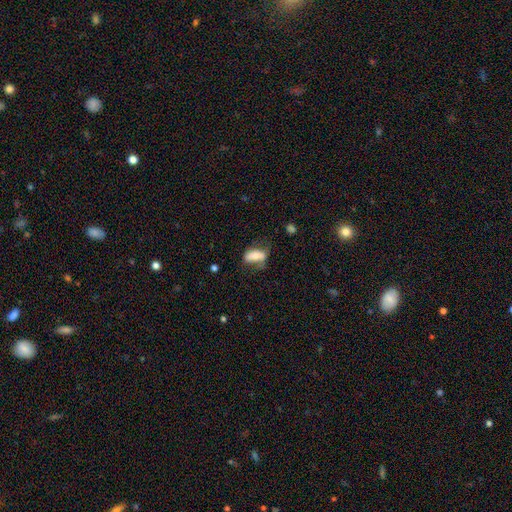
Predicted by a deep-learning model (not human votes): Smooth or featured: smooth — 66% (featured or disk — 26%)
How rounded: in between — 83% (cigar-shaped — 12%)
Merging: none — 42% (minor disturbance — 30%)